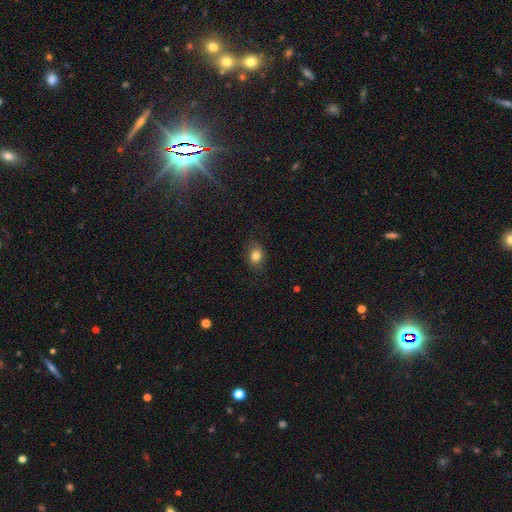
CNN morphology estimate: Smooth or featured? Predicted: smooth (p=0.80). How rounded? Predicted: in between (p=0.66). Merging? Predicted: none (p=0.78).